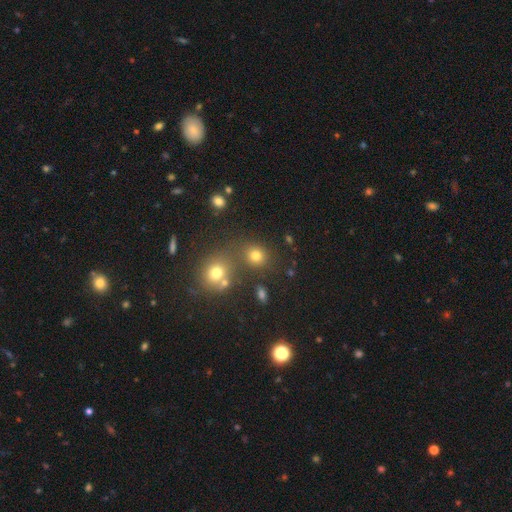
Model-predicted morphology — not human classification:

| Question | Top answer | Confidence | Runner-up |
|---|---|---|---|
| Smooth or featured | smooth | 75% | star or artifact (17%) |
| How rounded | round | 78% | in between (21%) |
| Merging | none | 69% | merger (18%) |